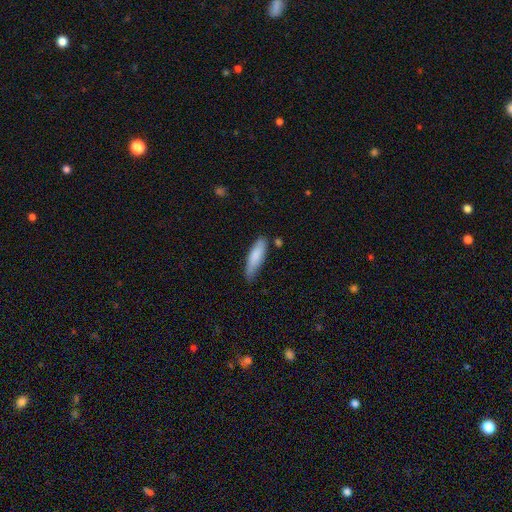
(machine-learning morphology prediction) smooth-or-featured: smooth: 82% | featured or disk: 12% | star or artifact: 6%
  how-rounded: cigar-shaped: 62% | in between: 37% | round: 1%
  merging: none: 68% | minor disturbance: 25% | major disturbance: 4% | merger: 3%